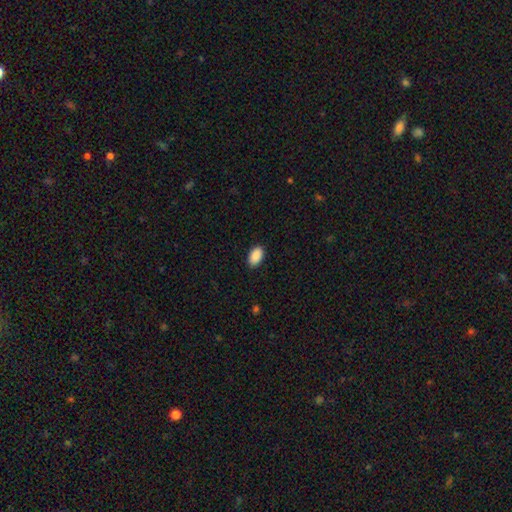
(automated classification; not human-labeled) smooth 91%, star or artifact 7%, featured or disk 3%. Down the decision tree: how rounded — in between (93%); merging — none (88%).